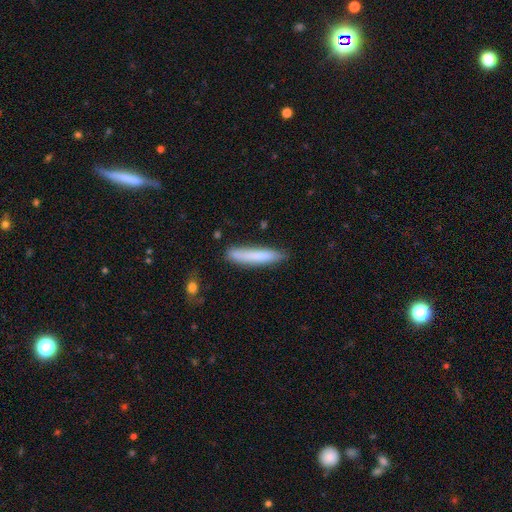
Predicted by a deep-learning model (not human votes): smooth_or_featured: smooth (p=0.78) [alt: featured or disk p=0.16]
how_rounded: cigar-shaped (p=0.91) [alt: in between p=0.07]
merging: none (p=0.77) [alt: minor disturbance p=0.17]